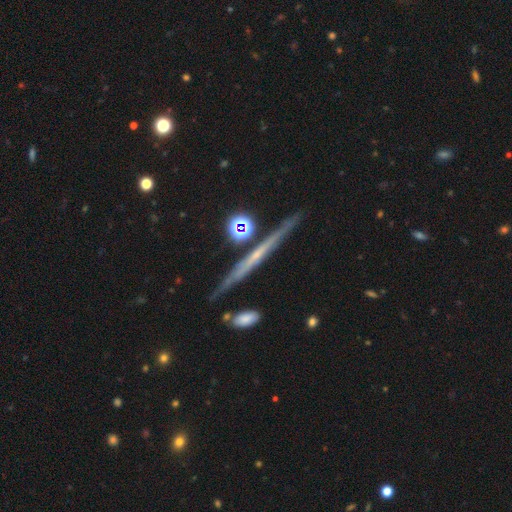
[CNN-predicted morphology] featured or disk 67%, smooth 24%, star or artifact 9%. Down the decision tree: edge-on disk — yes (95%); edge-on bulge — none (71%); merging — none (83%).